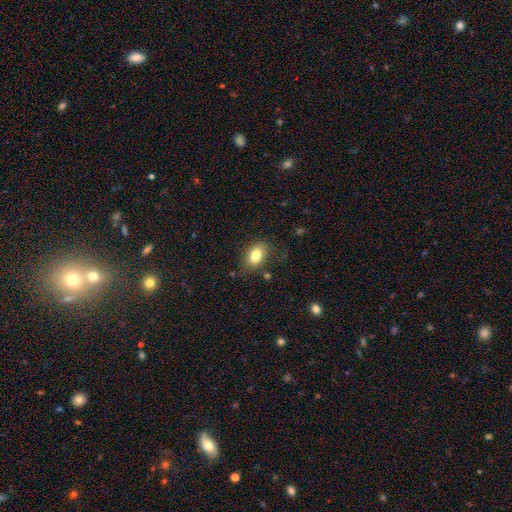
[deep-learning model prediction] This is likely a smooth galaxy (80%). How rounded: clearly in between (84%). Merging: likely none (75%).